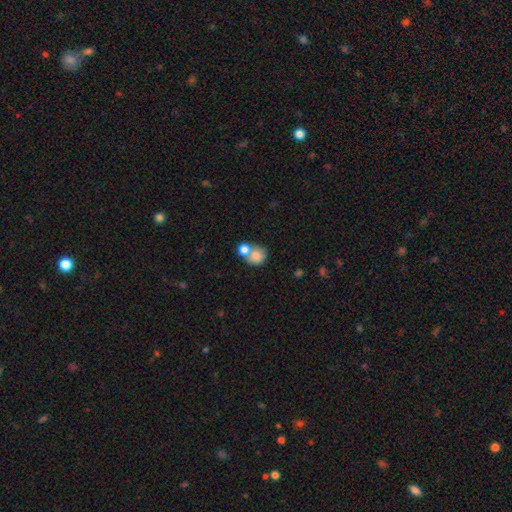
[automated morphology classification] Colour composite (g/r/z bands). It shows a smooth galaxy with no disk features (80%) that is round (72%). Merging: merger (49%).